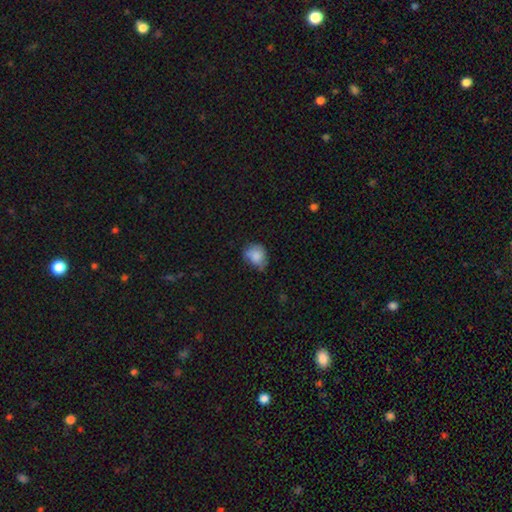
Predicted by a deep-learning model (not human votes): Smooth or featured: smooth — 81% (featured or disk — 11%)
How rounded: round — 53% (in between — 46%)
Merging: none — 46% (minor disturbance — 39%)